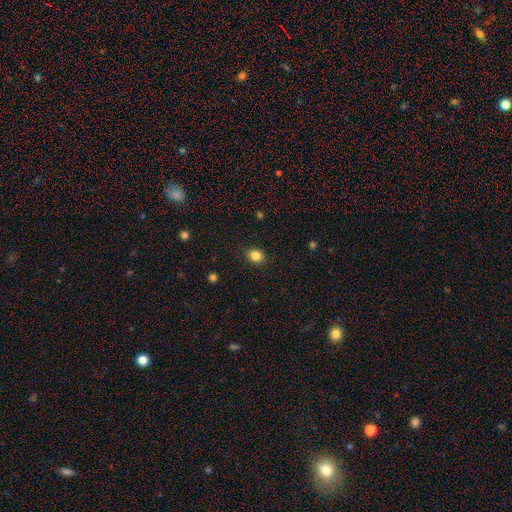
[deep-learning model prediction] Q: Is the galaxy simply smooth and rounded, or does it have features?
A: smooth — 85%.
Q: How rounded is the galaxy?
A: round — 50%.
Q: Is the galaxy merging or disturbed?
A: none — 89%.